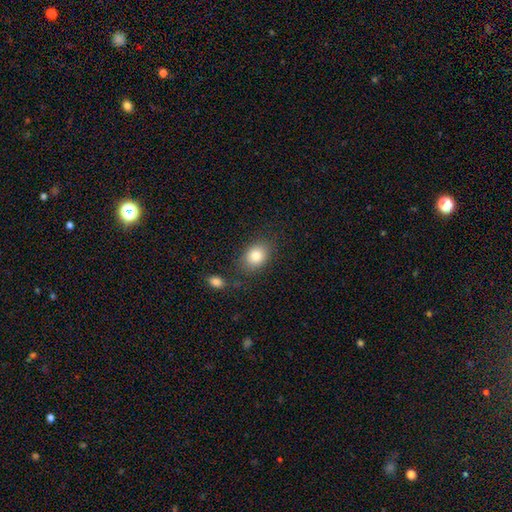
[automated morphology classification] smooth 83%, star or artifact 9%, featured or disk 8%. Down the decision tree: how rounded — in between (64%); merging — none (76%).